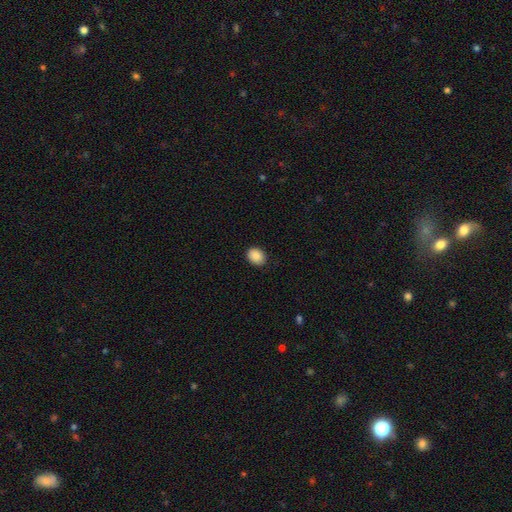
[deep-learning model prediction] Morphology: type=smooth (88%); roundness=in between (55%); merging=none (87%).